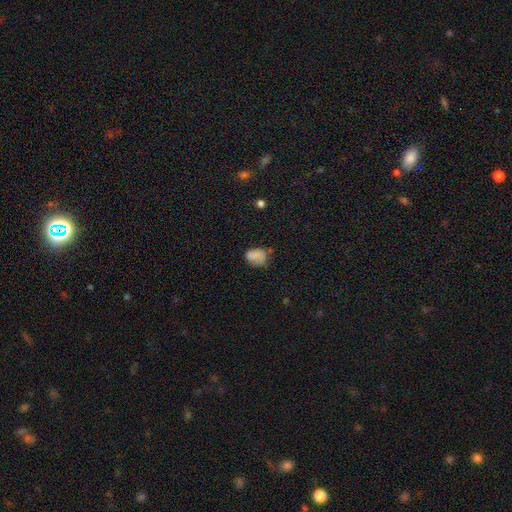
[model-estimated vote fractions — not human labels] This is likely a smooth galaxy (76%). How rounded: likely in between (71%). Merging: possibly none (48%).